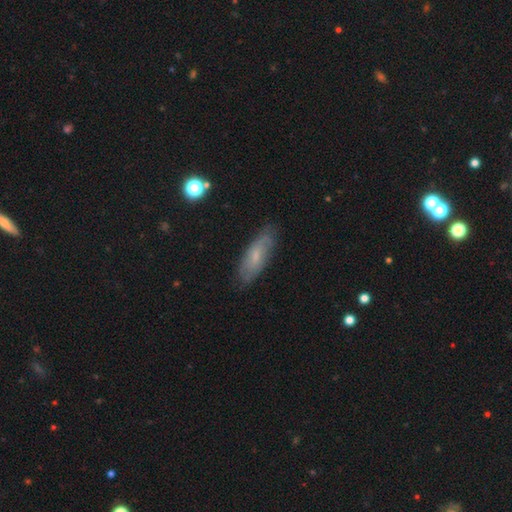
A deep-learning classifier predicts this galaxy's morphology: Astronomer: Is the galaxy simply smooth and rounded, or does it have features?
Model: smooth — 48% (runner-up: featured or disk, 44%).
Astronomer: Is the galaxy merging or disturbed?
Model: none — 78%.